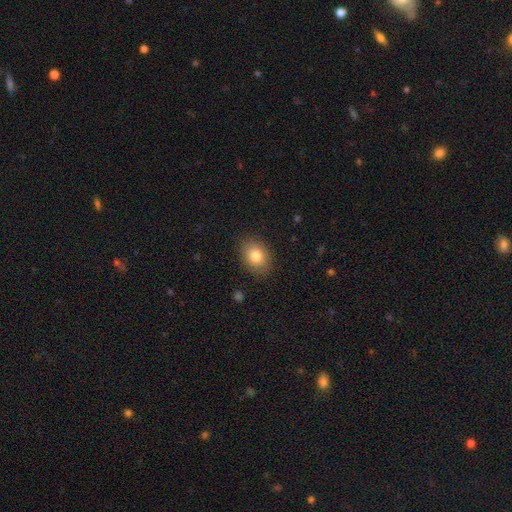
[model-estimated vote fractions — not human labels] A smooth galaxy with no disk features (82%) that is in between round and cigar-shaped (68%). Merging: none (87%).